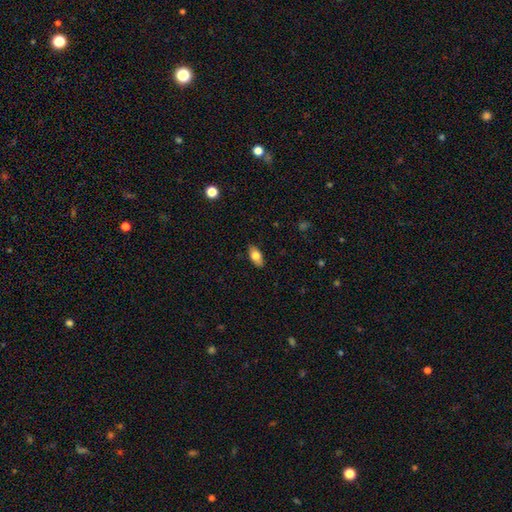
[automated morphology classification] This is likely a smooth galaxy (76%). How rounded: clearly in between (88%). Merging: clearly none (88%).